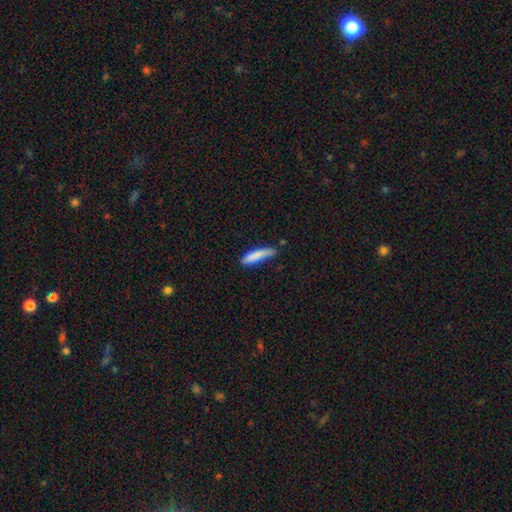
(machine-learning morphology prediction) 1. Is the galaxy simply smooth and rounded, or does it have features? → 81% smooth, 13% featured or disk, 6% star or artifact.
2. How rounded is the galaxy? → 85% cigar-shaped, 14% in between, 1% round.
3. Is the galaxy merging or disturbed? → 60% none, 28% minor disturbance, 7% major disturbance, 5% merger.